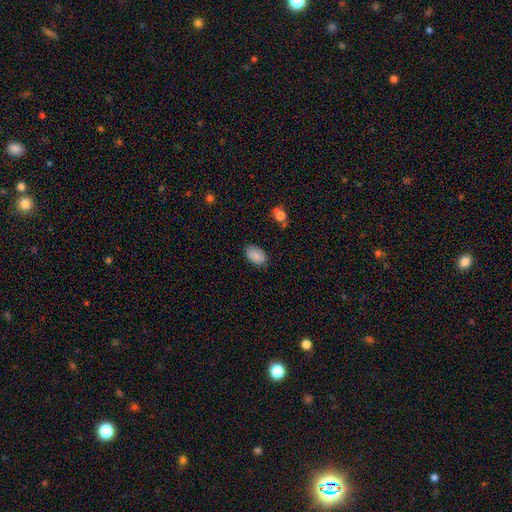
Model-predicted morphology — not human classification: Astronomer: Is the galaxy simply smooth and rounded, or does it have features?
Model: smooth — 87%.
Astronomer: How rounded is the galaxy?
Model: in between — 90%.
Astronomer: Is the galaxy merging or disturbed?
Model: none — 81%.